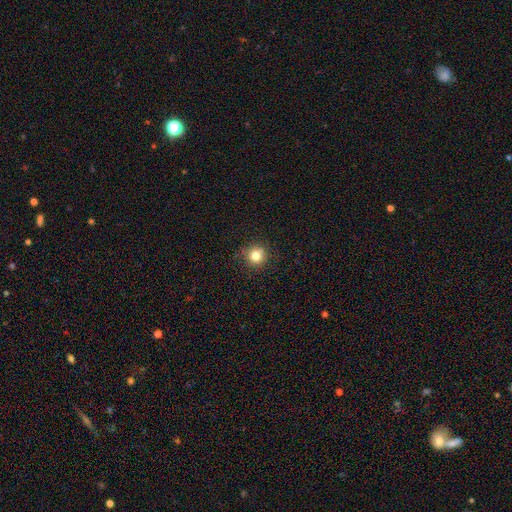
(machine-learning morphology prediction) Smooth or featured? smooth (80%)
How rounded? round (93%)
Merging? none (86%)